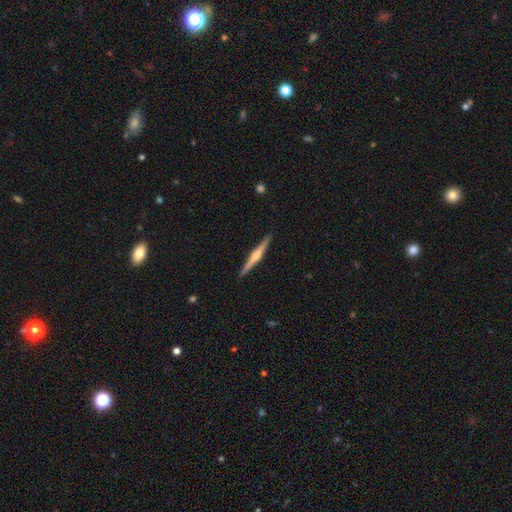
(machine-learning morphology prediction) The model was most divided on "smooth or featured": featured or disk: 70%, smooth: 25%, star or artifact: 5%. More confident: edge-on disk — yes (98%); merging — none (91%); edge-on bulge — rounded (79%).